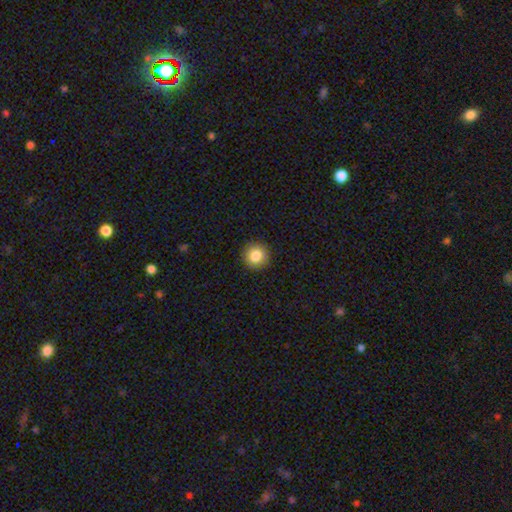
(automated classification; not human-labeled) smooth 84%, star or artifact 9%, featured or disk 6%. Down the decision tree: how rounded — round (94%); merging — none (92%).